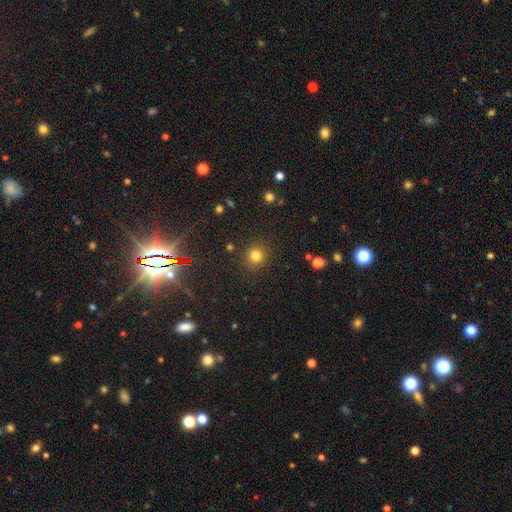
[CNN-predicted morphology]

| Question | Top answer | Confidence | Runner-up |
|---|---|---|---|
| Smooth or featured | smooth | 79% | star or artifact (16%) |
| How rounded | round | 92% | in between (8%) |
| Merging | none | 88% | minor disturbance (7%) |